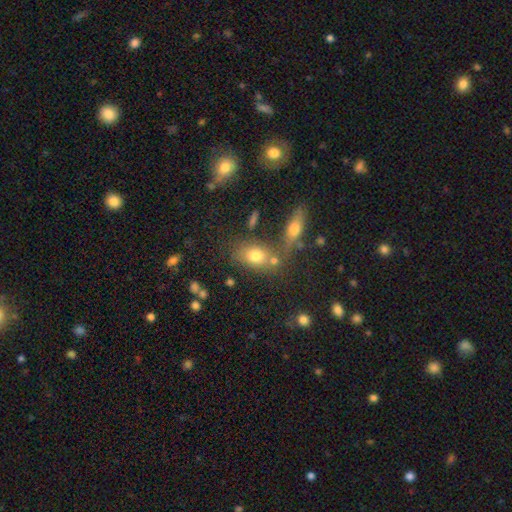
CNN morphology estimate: Overall: smooth (73%). How rounded: in between (70%). Merging: none (57%; merger 25%).